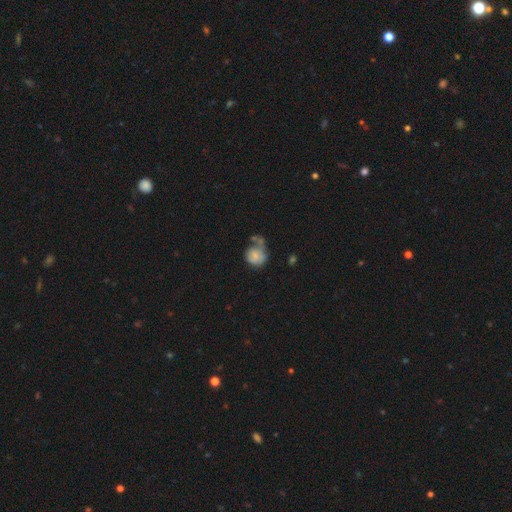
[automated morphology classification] This appears to be a smooth galaxy with no disk features (63%) that is round (71%). Merging: none (31%).